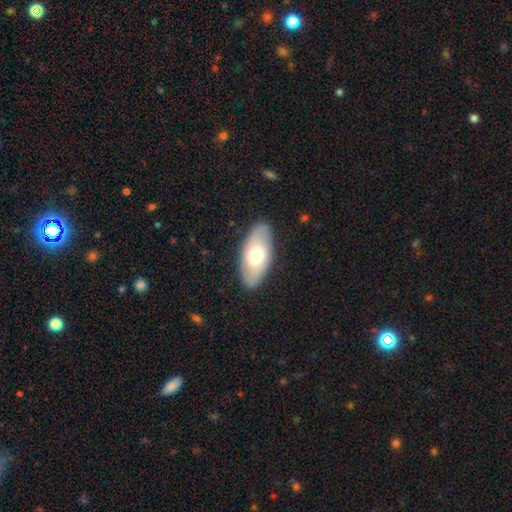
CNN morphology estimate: Overall: smooth (65%; featured or disk 29%). How rounded: in between (92%). Merging: none (86%).